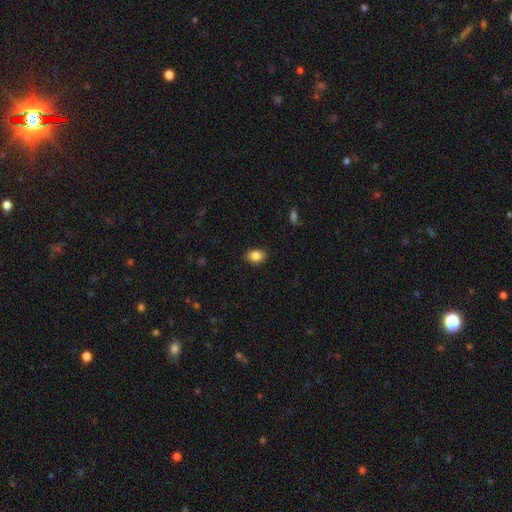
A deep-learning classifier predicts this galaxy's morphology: smooth_or_featured: smooth (p=0.85) [alt: star or artifact p=0.09]
how_rounded: in between (p=0.69) [alt: round p=0.30]
merging: none (p=0.86) [alt: minor disturbance p=0.11]